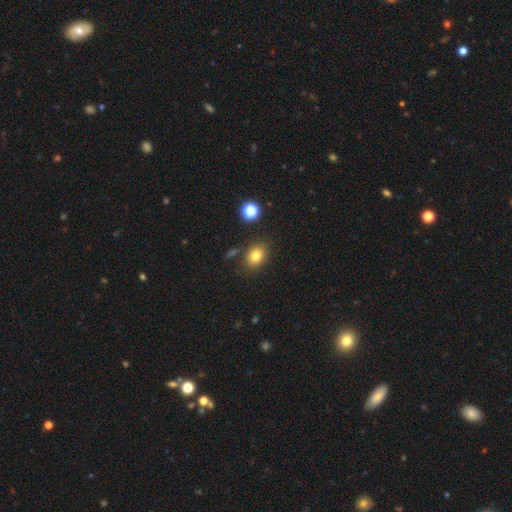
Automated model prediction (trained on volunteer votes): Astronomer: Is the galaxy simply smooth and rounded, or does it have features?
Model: smooth — 80%.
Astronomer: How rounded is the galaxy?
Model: in between — 61% (runner-up: round, 38%).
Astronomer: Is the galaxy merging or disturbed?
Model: none — 78%.